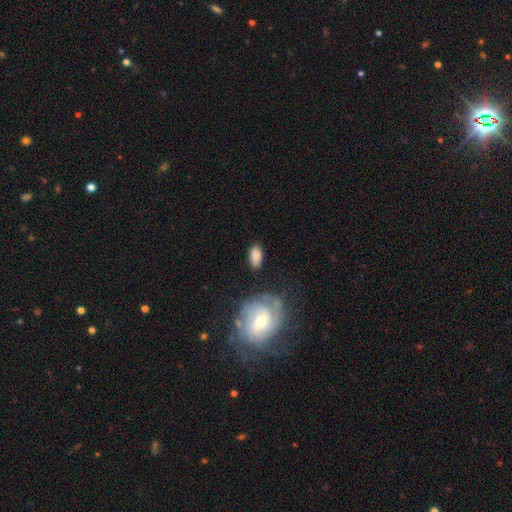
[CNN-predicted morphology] The model was most divided on "merging": none: 73%, minor disturbance: 17%, major disturbance: 5%, merger: 4%. More confident: how rounded — in between (90%); smooth or featured — smooth (80%).